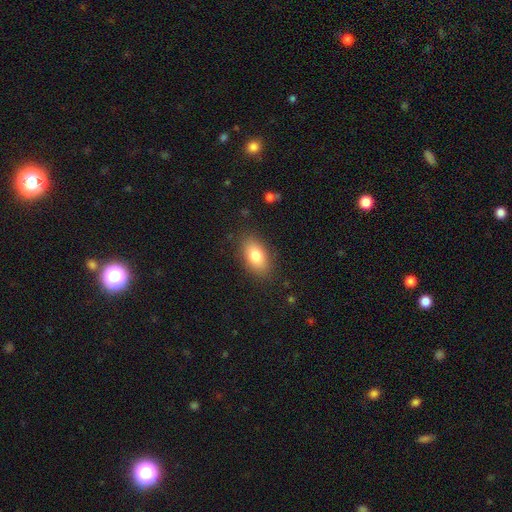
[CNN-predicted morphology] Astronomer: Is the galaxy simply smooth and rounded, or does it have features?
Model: smooth — 80%.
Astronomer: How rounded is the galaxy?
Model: in between — 90%.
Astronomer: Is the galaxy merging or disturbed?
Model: none — 85%.